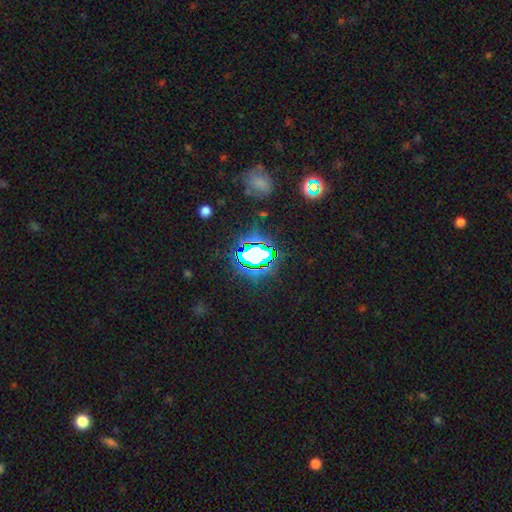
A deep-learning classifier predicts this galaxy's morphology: This is likely a star or artifact rather than a galaxy (66%).